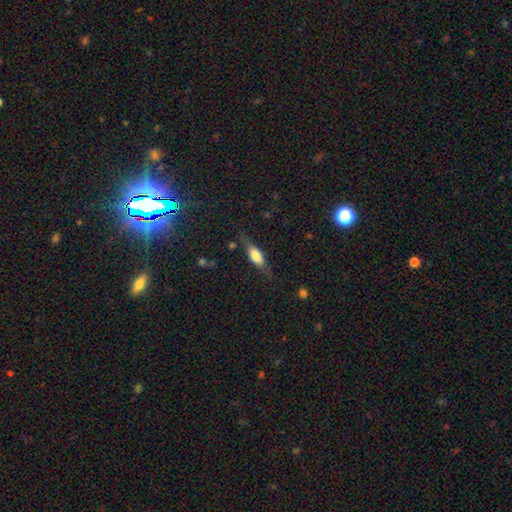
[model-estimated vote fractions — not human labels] A smooth galaxy with no disk features (55%) that is in between round and cigar-shaped (54%). Merging: none (74%).